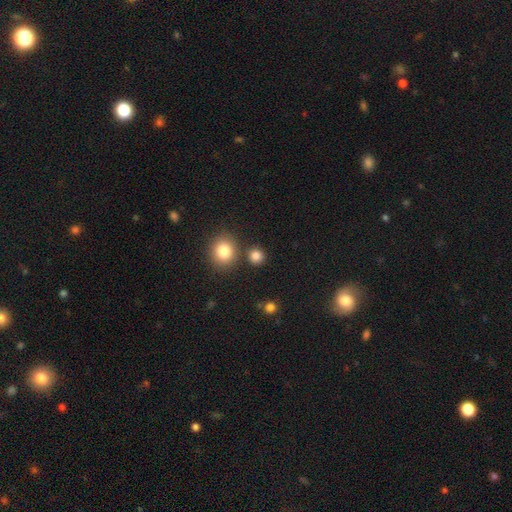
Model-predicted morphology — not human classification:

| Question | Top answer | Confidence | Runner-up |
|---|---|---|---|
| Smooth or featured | smooth | 84% | star or artifact (12%) |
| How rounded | round | 89% | in between (10%) |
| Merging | none | 82% | merger (9%) |